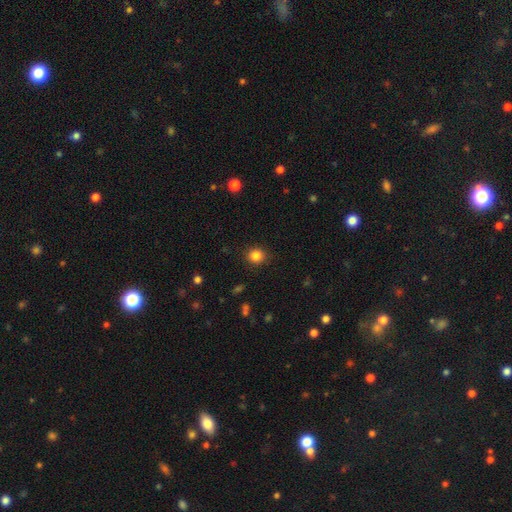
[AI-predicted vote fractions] Smooth or featured? smooth (85%)
How rounded? round (82%)
Merging? none (89%)